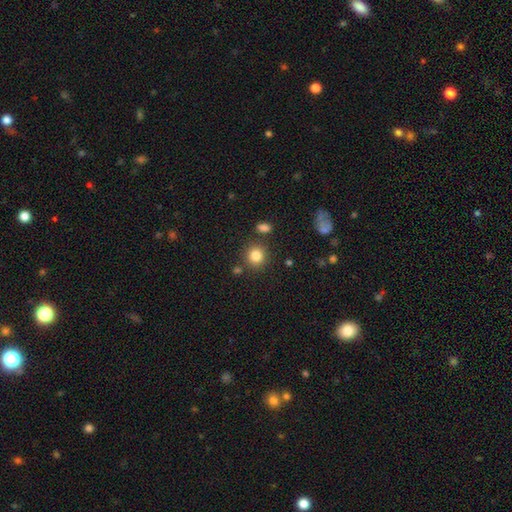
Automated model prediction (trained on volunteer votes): smooth-or-featured: smooth: 83% | star or artifact: 11% | featured or disk: 6%
  how-rounded: round: 88% | in between: 11% | cigar-shaped: 1%
  merging: none: 82% | minor disturbance: 8% | merger: 6% | major disturbance: 3%